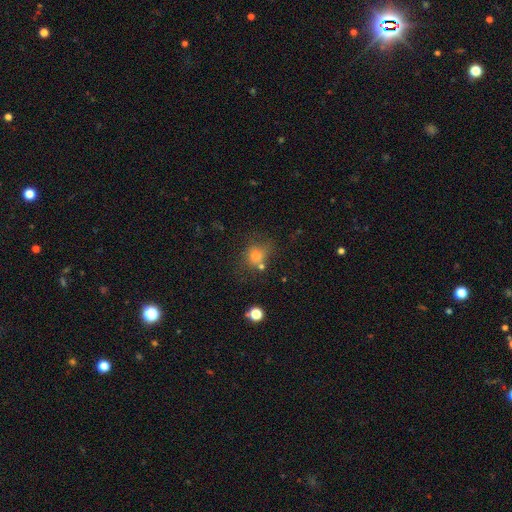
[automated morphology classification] Smooth or featured? Predicted: smooth (p=0.67). How rounded? Predicted: round (p=0.69). Merging? Predicted: none (p=0.56).